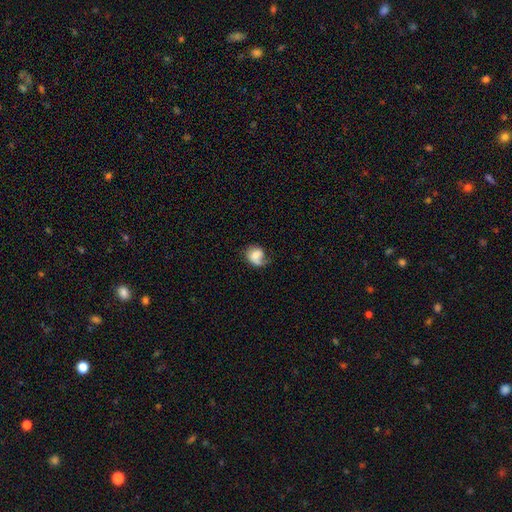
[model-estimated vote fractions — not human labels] A smooth galaxy with no disk features (55%) that is round (54%). Merging: none (41%).